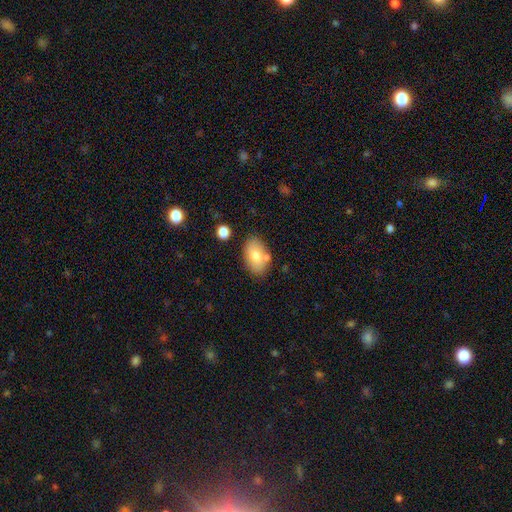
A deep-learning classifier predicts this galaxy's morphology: Smooth or featured? smooth (77%)
How rounded? in between (91%)
Merging? none (75%)